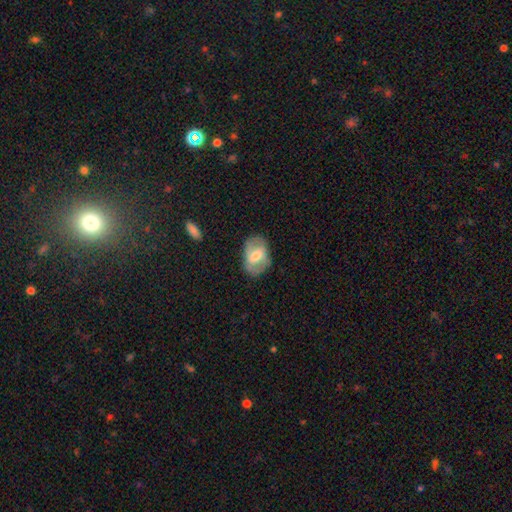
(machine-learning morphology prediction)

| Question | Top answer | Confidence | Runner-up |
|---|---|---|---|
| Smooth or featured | featured or disk | 51% | smooth (42%) |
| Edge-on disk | no | 94% | yes (6%) |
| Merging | none | 74% | minor disturbance (18%) |